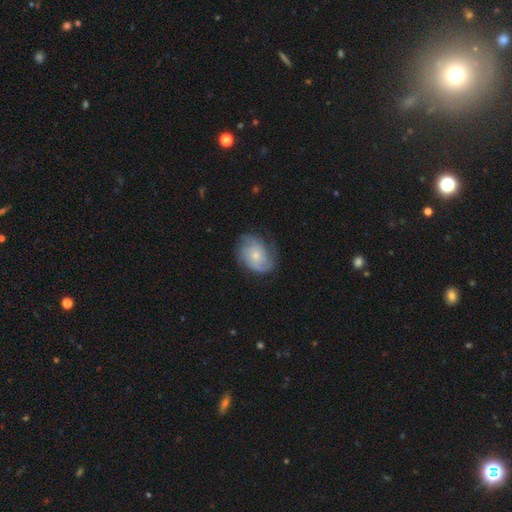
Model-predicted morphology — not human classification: The model was most divided on "spiral arm count": can't tell: 30%, 2: 28%, 3: 24%, 4: 8%, 1: 6%, more than 4: 5%. Remaining: edge-on disk — no (97%); spiral arms — yes (90%); bar — no (78%); merging — none (67%); smooth or featured — featured or disk (65%); bulge size — small (61%); spiral winding — medium (41%).